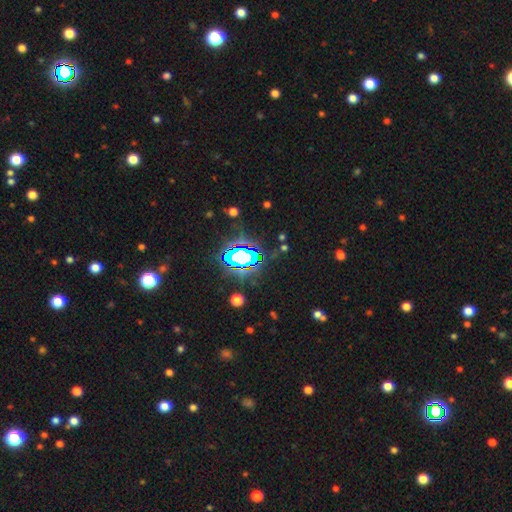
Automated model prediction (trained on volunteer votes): A star or artifact, not a galaxy (81%).

Vote fractions:
- Smooth or featured? star or artifact: 81% / smooth: 11% / featured or disk: 8%